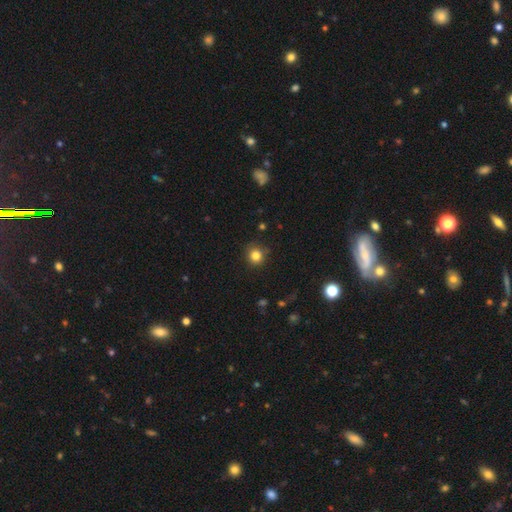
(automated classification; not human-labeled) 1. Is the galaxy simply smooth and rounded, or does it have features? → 82% smooth, 13% star or artifact, 5% featured or disk.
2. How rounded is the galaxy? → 91% round, 8% in between, 1% cigar-shaped.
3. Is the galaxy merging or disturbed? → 86% none, 10% minor disturbance, 3% major disturbance, 1% merger.